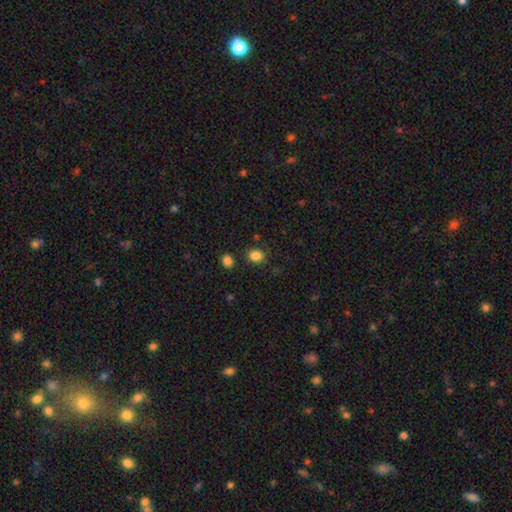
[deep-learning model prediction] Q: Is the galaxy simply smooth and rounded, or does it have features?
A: smooth — 85%.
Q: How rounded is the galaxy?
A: round — 60%.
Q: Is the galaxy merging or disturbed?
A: none — 84%.